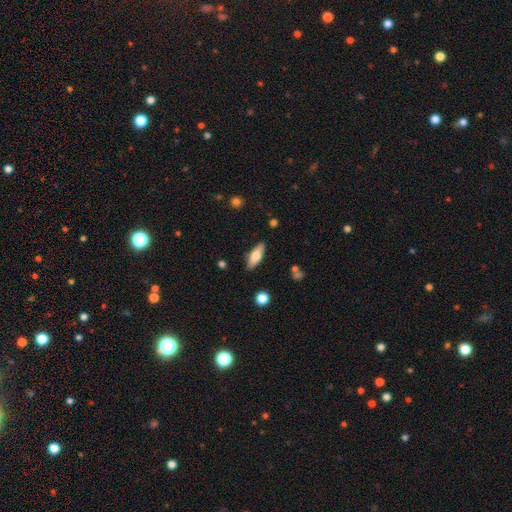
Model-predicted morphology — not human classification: This appears to be a smooth galaxy with no disk features (68%) that is in between round and cigar-shaped (66%). Merging: none (86%).